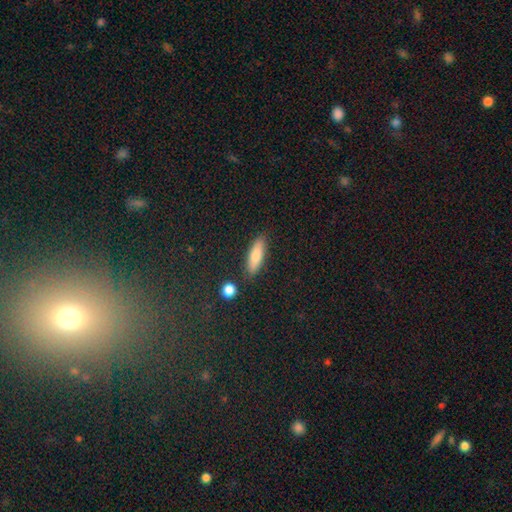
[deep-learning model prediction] smooth-or-featured: smooth: 79% | featured or disk: 15% | star or artifact: 7%
  how-rounded: cigar-shaped: 51% | in between: 47% | round: 3%
  merging: none: 85% | minor disturbance: 10% | merger: 3% | major disturbance: 2%